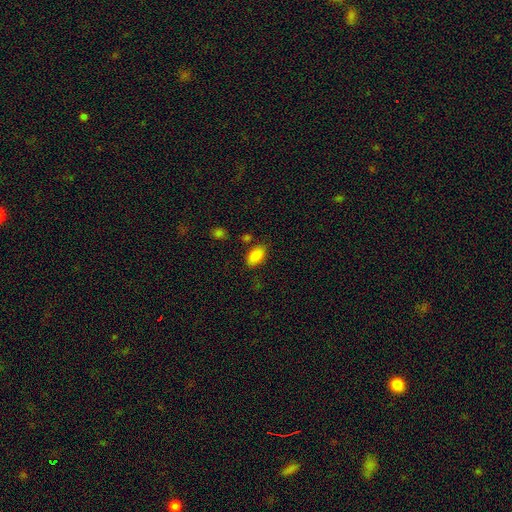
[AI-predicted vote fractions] Smooth or featured?
  - smooth: 87% *
  - star or artifact: 8%
  - featured or disk: 5%
How rounded?
  - in between: 92% *
  - round: 6%
  - cigar-shaped: 2%
Merging?
  - none: 79% *
  - minor disturbance: 12%
  - merger: 5%
  - major disturbance: 4%